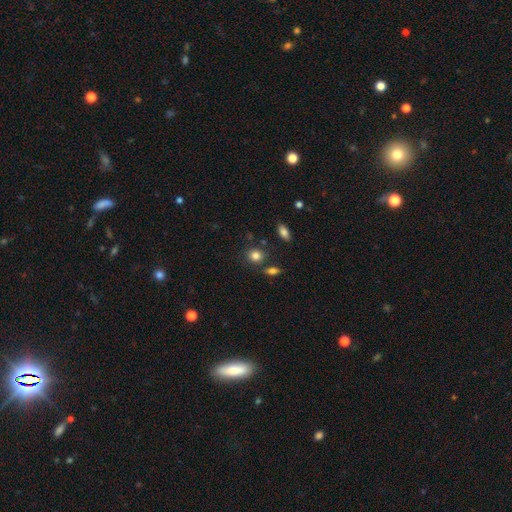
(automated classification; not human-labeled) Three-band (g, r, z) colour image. It shows a smooth galaxy with no disk features (83%) that is round (71%). Merging: none (76%).